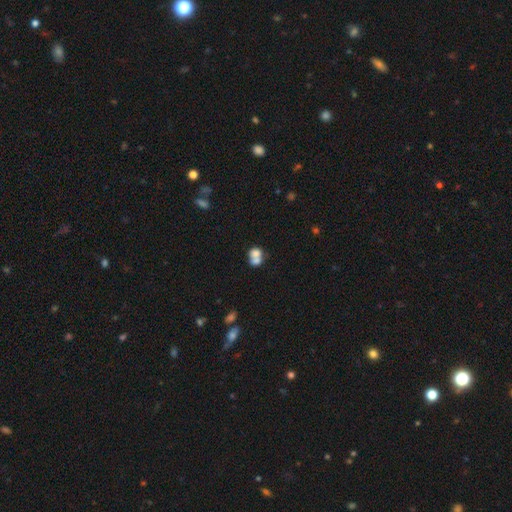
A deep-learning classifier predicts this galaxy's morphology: smooth-or-featured: smooth: 70% | featured or disk: 20% | star or artifact: 10%
  how-rounded: round: 57% | in between: 42% | cigar-shaped: 1%
  merging: merger: 67% | none: 21% | minor disturbance: 7% | major disturbance: 5%